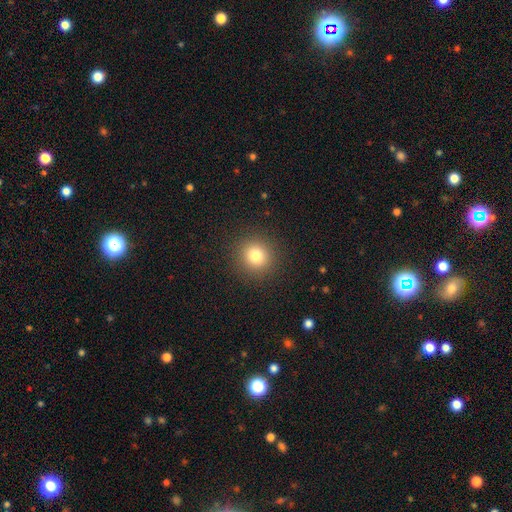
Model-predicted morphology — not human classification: A smooth galaxy with no disk features (79%) that is round (92%).

Vote fractions:
- Smooth or featured? smooth: 79% / star or artifact: 14% / featured or disk: 7%
- How rounded? round: 92% / in between: 7% / cigar-shaped: 1%
- Merging? none: 91% / minor disturbance: 6% / major disturbance: 2% / merger: 1%